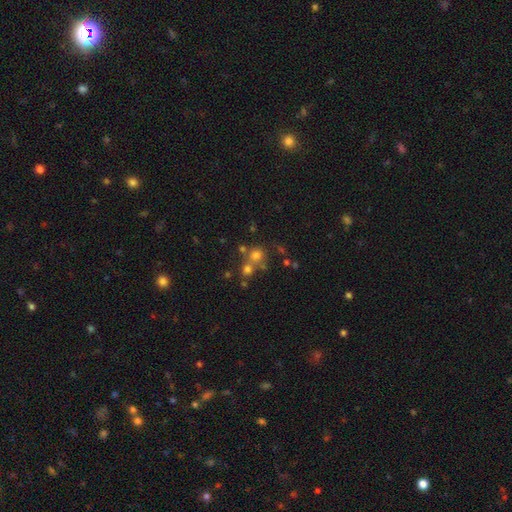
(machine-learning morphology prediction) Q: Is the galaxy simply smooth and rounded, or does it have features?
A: smooth — 66%.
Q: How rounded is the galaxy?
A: round — 88%.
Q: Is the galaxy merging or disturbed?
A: none — 54%.